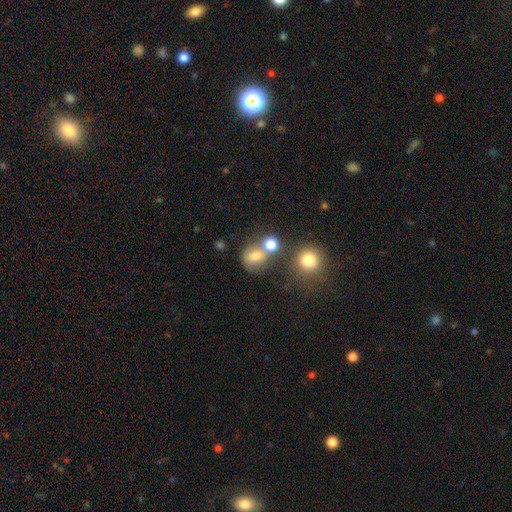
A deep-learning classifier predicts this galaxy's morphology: Smooth or featured: smooth — 72% (star or artifact — 15%)
How rounded: round — 66% (in between — 33%)
Merging: none — 43% (merger — 38%)